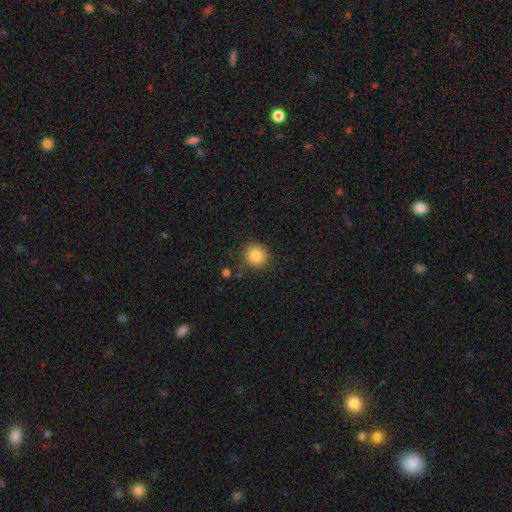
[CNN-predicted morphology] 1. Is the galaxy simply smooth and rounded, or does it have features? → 86% smooth, 10% star or artifact, 4% featured or disk.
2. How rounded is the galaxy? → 91% round, 8% in between, 1% cigar-shaped.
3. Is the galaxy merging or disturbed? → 84% none, 10% minor disturbance, 3% major disturbance, 2% merger.